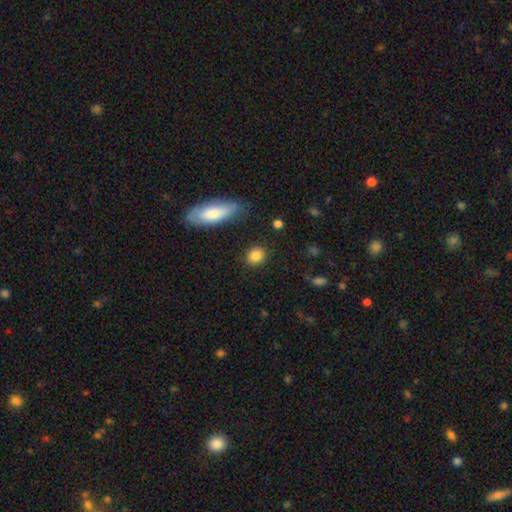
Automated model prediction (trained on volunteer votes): Smooth or featured? smooth (85%)
How rounded? round (67%)
Merging? none (87%)